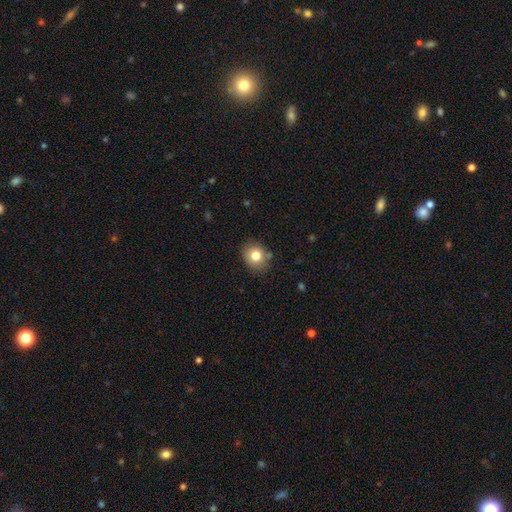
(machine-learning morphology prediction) This appears to be a smooth galaxy with no disk features (79%) that is round (63%). Merging: none (81%).